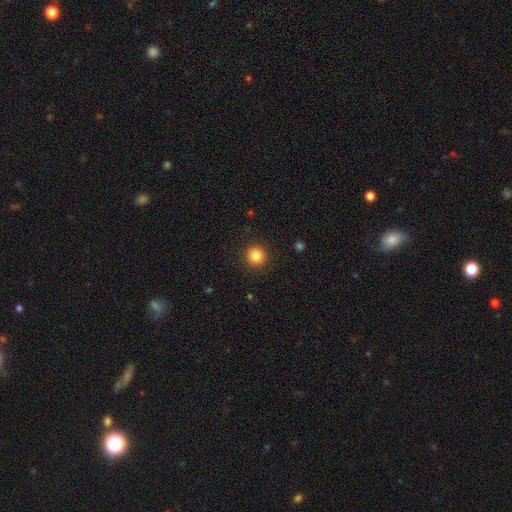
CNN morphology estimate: smooth_or_featured: smooth (p=0.84) [alt: star or artifact p=0.11]
how_rounded: round (p=0.95) [alt: in between p=0.04]
merging: none (p=0.91) [alt: minor disturbance p=0.05]